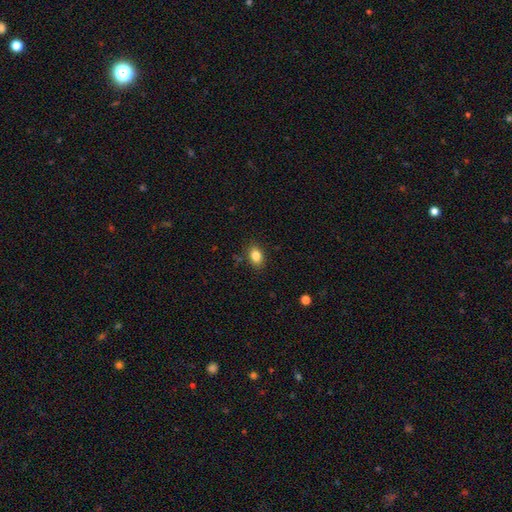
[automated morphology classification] Smooth or featured?
  - smooth: 84% *
  - star or artifact: 9%
  - featured or disk: 7%
How rounded?
  - in between: 81% *
  - round: 17%
  - cigar-shaped: 2%
Merging?
  - none: 85% *
  - minor disturbance: 11%
  - major disturbance: 3%
  - merger: 1%